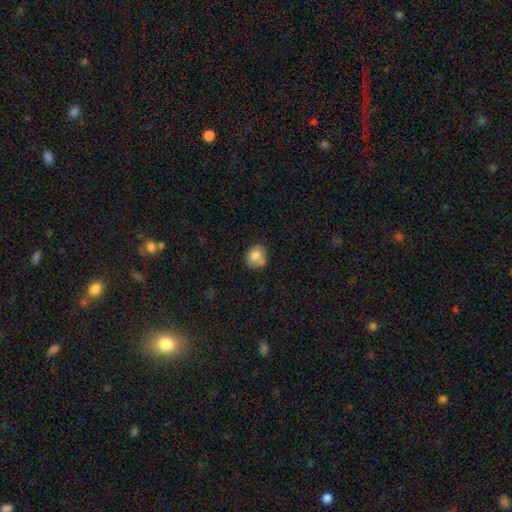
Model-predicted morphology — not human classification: smooth_or_featured: smooth (p=0.79) [alt: featured or disk p=0.13]
how_rounded: round (p=0.76) [alt: in between p=0.23]
merging: none (p=0.61) [alt: minor disturbance p=0.23]